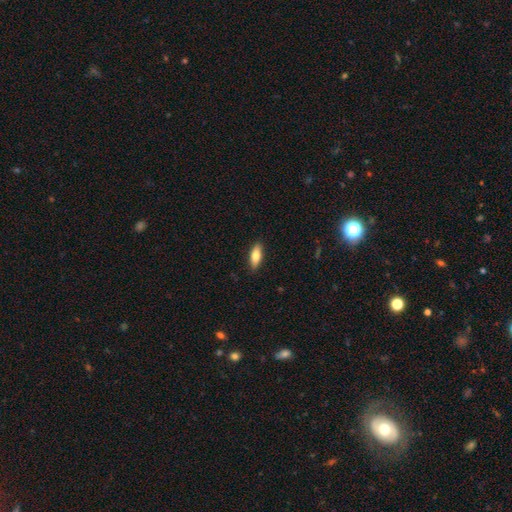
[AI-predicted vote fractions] Smooth or featured? Predicted: smooth (p=0.78). How rounded? Predicted: in between (p=0.69). Merging? Predicted: none (p=0.89).